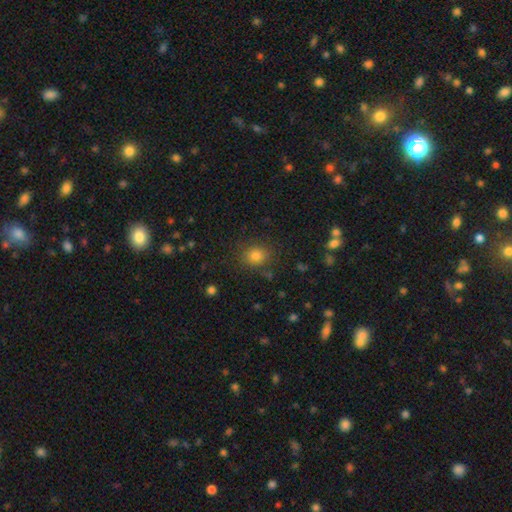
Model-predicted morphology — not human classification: Smooth or featured? Predicted: smooth (p=0.80). How rounded? Predicted: round (p=0.76). Merging? Predicted: none (p=0.84).